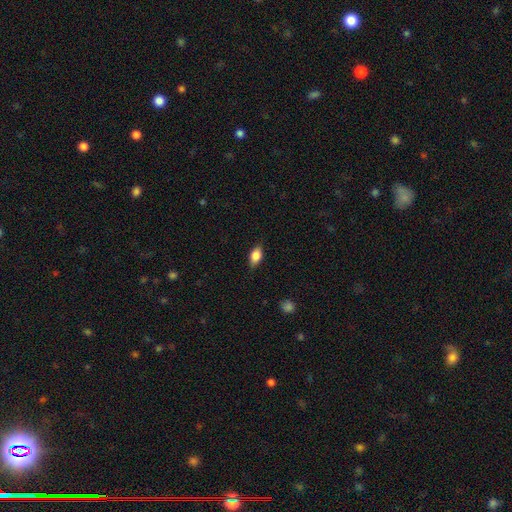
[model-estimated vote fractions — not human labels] This is clearly a smooth galaxy (82%). How rounded: clearly in between (86%). Merging: clearly none (82%).